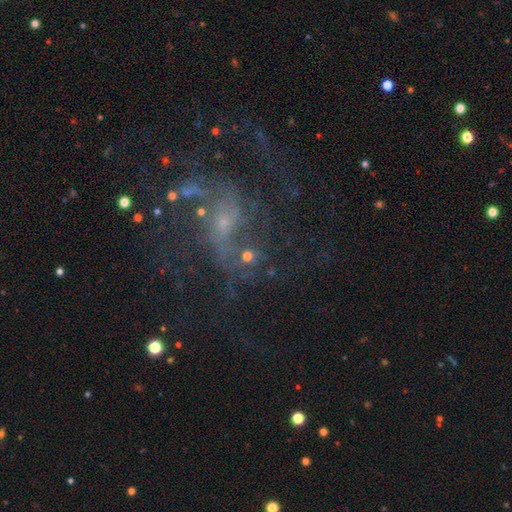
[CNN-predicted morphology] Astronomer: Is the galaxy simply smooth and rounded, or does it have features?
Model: featured or disk — 73%.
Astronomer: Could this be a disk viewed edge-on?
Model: no — 97%.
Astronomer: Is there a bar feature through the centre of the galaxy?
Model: no — 52% (runner-up: weak, 37%).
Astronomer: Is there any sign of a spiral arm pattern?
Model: yes — 85%.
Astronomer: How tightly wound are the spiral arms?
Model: loose — 46% (runner-up: medium, 40%).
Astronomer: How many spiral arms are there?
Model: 2 — 46% (runner-up: can't tell, 22%).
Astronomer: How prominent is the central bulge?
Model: small — 67%.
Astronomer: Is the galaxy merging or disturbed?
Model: none — 55%.